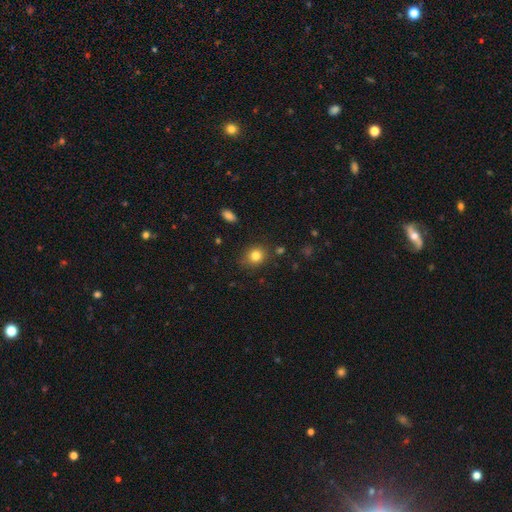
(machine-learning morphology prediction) Smooth or featured? Predicted: smooth (p=0.82). How rounded? Predicted: round (p=0.70). Merging? Predicted: none (p=0.82).